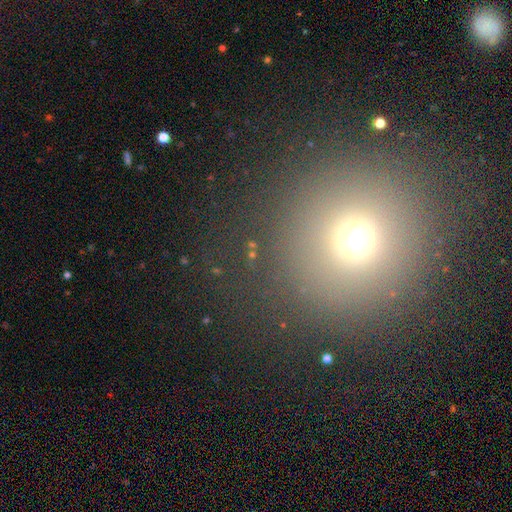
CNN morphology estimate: type=smooth (65%); roundness=round (93%); merging=none (85%).